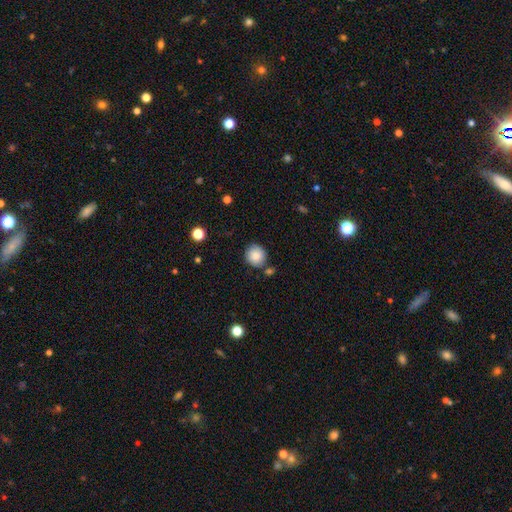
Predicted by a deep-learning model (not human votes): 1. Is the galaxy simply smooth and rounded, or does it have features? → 86% smooth, 8% star or artifact, 6% featured or disk.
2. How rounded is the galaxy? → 89% round, 10% in between, 1% cigar-shaped.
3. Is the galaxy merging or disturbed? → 79% none, 11% minor disturbance, 7% merger, 3% major disturbance.